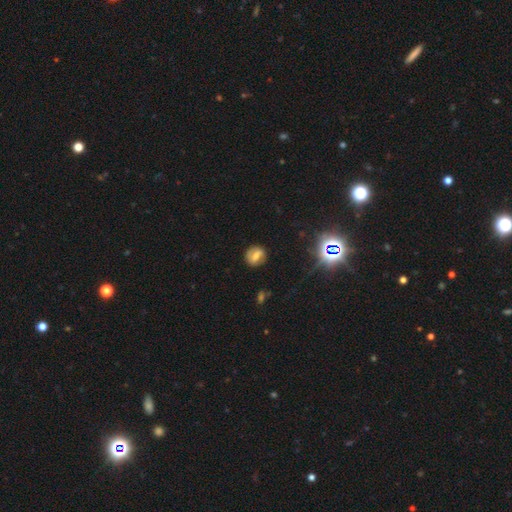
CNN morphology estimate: This appears to be a smooth galaxy with no disk features (45%). Merging: none (81%).